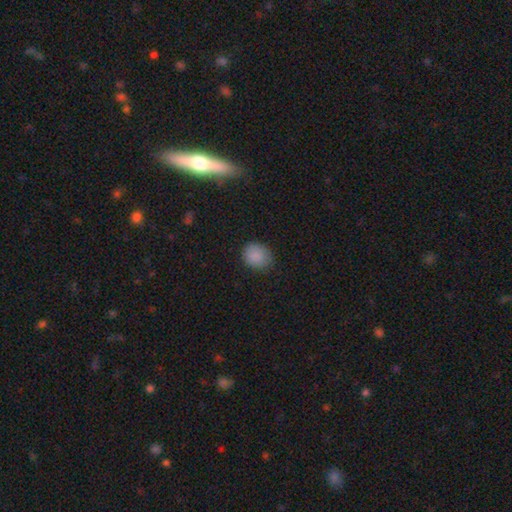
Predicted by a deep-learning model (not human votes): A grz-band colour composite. It shows a smooth galaxy with no disk features (87%) that is round (67%). Merging: none (80%).